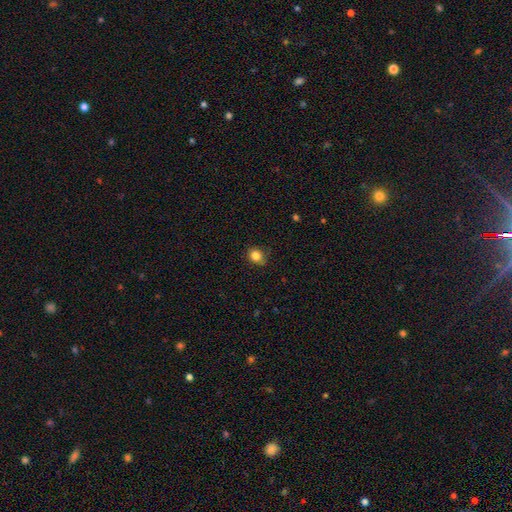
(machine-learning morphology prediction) type=smooth (84%); roundness=round (72%); merging=none (79%).